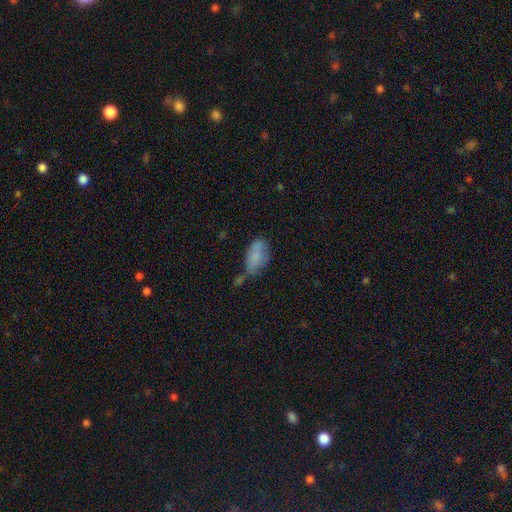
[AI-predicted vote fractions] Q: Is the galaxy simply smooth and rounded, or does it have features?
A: smooth — 72%.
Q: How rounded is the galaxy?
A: in between — 90%.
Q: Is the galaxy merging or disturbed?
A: none — 32%.